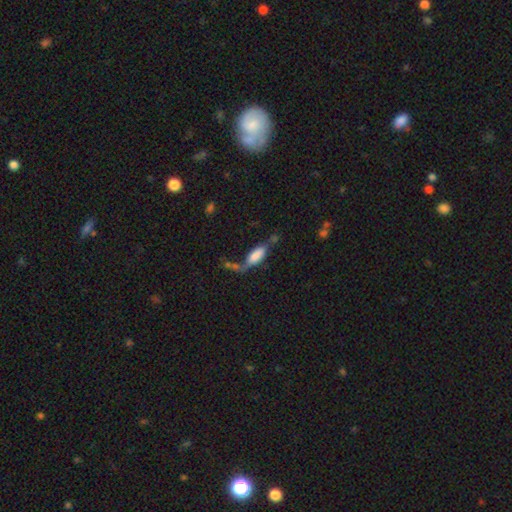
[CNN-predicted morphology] The model was most divided on "merging": none: 31%, minor disturbance: 25%, major disturbance: 24%, merger: 20%. More confident: how rounded — in between (75%); smooth or featured — smooth (72%).